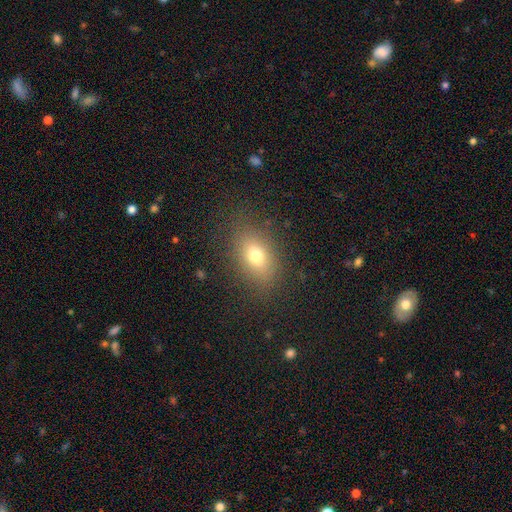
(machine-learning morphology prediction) type=smooth (73%); roundness=in between (80%); merging=none (82%).